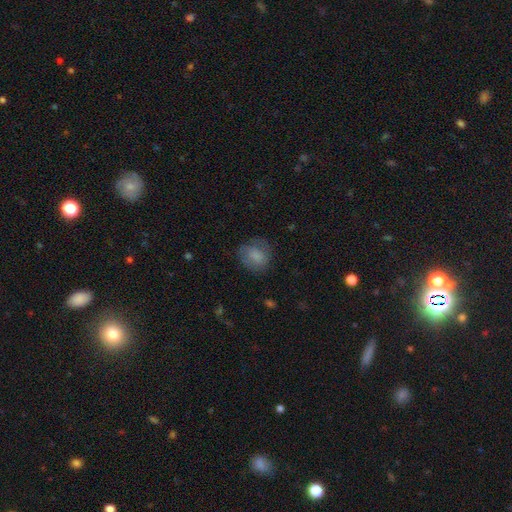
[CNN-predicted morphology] A smooth galaxy with no disk features (75%) that is round (66%).

Vote fractions:
- Smooth or featured? smooth: 75% / featured or disk: 17% / star or artifact: 9%
- How rounded? round: 66% / in between: 33% / cigar-shaped: 1%
- Merging? none: 66% / minor disturbance: 22% / major disturbance: 11% / merger: 1%